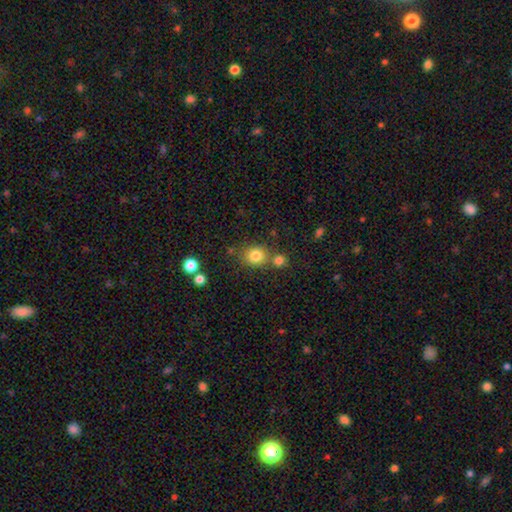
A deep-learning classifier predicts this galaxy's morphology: type=smooth (81%); roundness=round (77%); merging=none (68%).